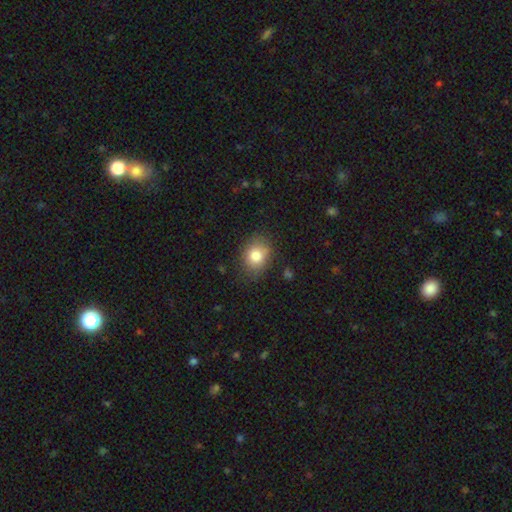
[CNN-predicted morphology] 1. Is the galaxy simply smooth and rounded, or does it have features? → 81% smooth, 10% featured or disk, 9% star or artifact.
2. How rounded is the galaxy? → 53% in between, 46% round, 1% cigar-shaped.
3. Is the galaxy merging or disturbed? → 78% none, 16% minor disturbance, 4% major disturbance, 2% merger.